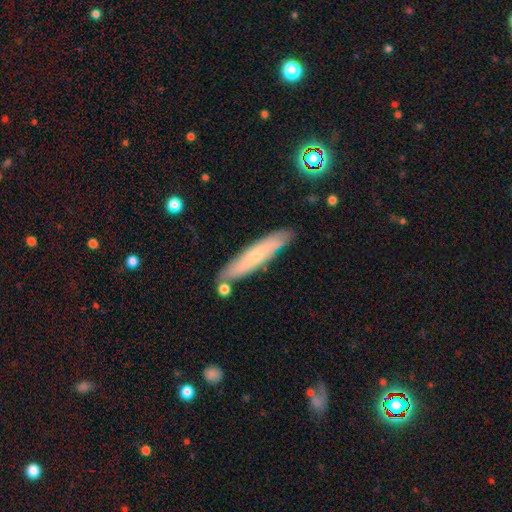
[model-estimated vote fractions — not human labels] Smooth or featured?
  - smooth: 58% *
  - featured or disk: 35%
  - star or artifact: 7%
How rounded?
  - cigar-shaped: 89% *
  - in between: 10%
  - round: 1%
Merging?
  - none: 81% *
  - minor disturbance: 12%
  - merger: 4%
  - major disturbance: 2%